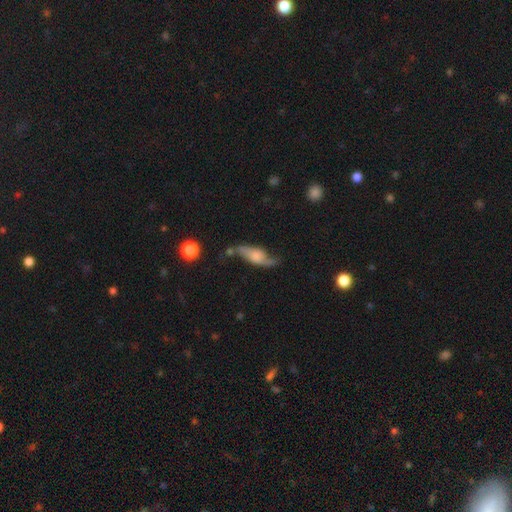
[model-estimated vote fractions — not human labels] Overall: featured or disk (62%; smooth 30%). Edge-on disk: no (73%). Merging: none (50%; minor disturbance 26%).